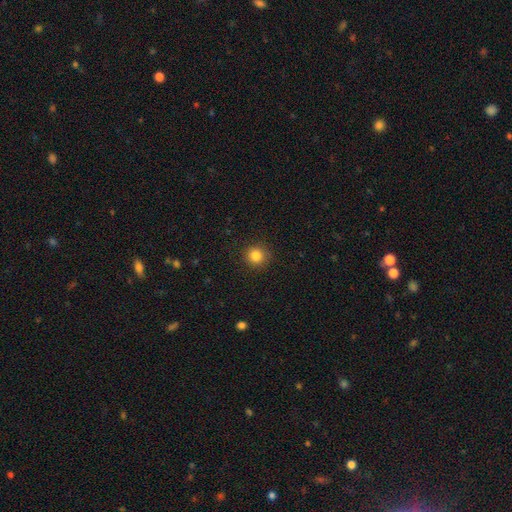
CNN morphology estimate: smooth-or-featured: smooth: 84% | star or artifact: 11% | featured or disk: 5%
  how-rounded: round: 93% | in between: 6% | cigar-shaped: 1%
  merging: none: 90% | minor disturbance: 6% | major disturbance: 2% | merger: 1%